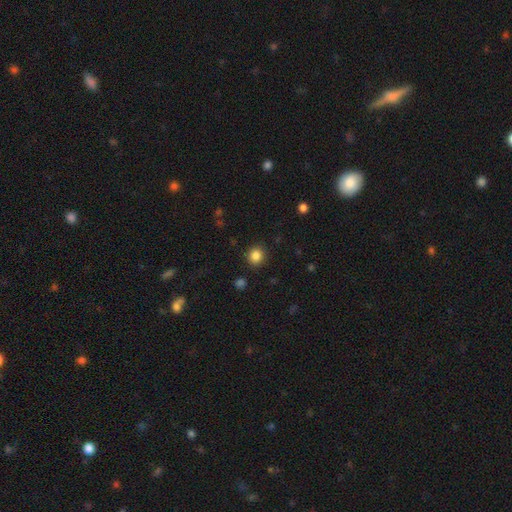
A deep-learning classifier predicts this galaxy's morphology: smooth-or-featured: smooth: 85% | star or artifact: 11% | featured or disk: 4%
  how-rounded: round: 87% | in between: 12% | cigar-shaped: 1%
  merging: none: 90% | minor disturbance: 6% | major disturbance: 2% | merger: 1%